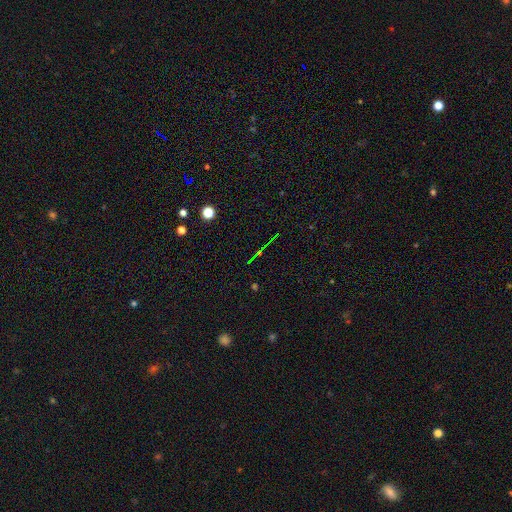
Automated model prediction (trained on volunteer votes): This appears to be a star or artifact, not a galaxy (71%).